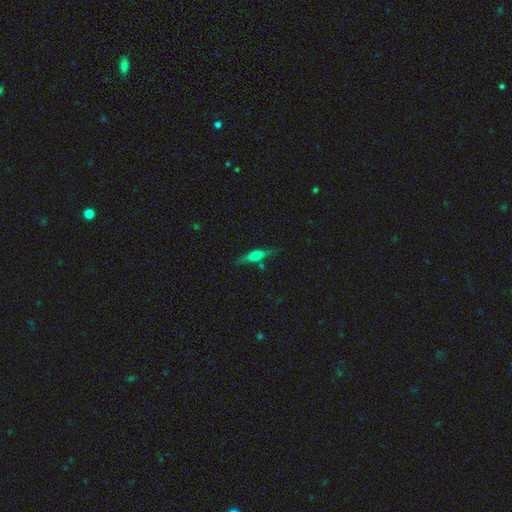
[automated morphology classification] Smooth or featured? featured or disk (60%)
Edge-on disk? yes (95%)
Edge-on bulge? rounded (85%)
Merging? none (78%)